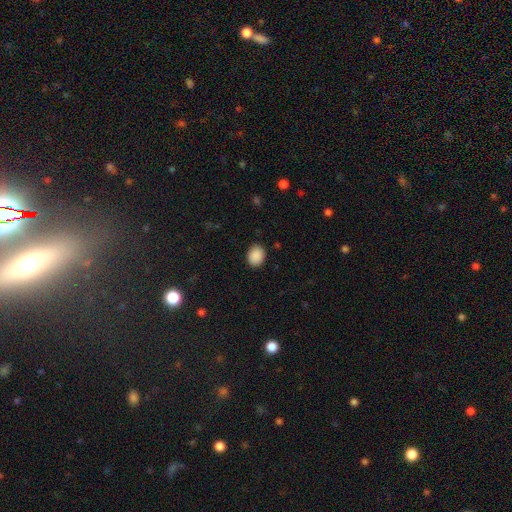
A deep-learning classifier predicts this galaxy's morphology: Overall: smooth (89%). How rounded: round (50%; in between 49%). Merging: none (88%).